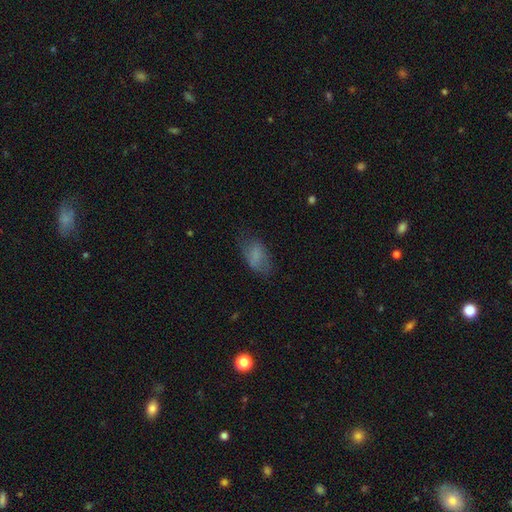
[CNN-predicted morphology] smooth_or_featured: smooth (p=0.74) [alt: featured or disk p=0.17]
how_rounded: in between (p=0.91) [alt: round p=0.06]
merging: none (p=0.59) [alt: minor disturbance p=0.26]